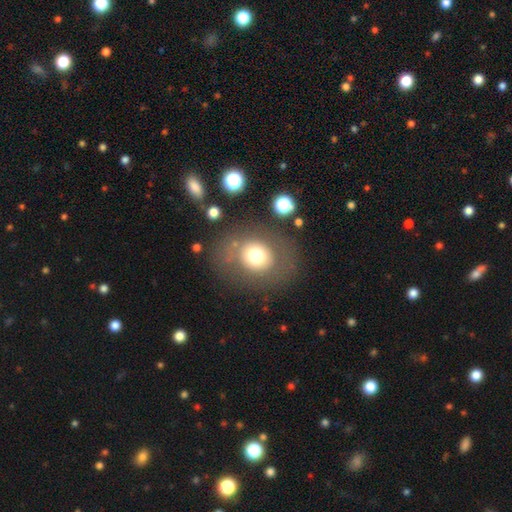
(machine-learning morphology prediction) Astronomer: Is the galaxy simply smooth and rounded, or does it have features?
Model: smooth — 67%.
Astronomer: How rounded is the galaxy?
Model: round — 71%.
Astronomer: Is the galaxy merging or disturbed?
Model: none — 75%.